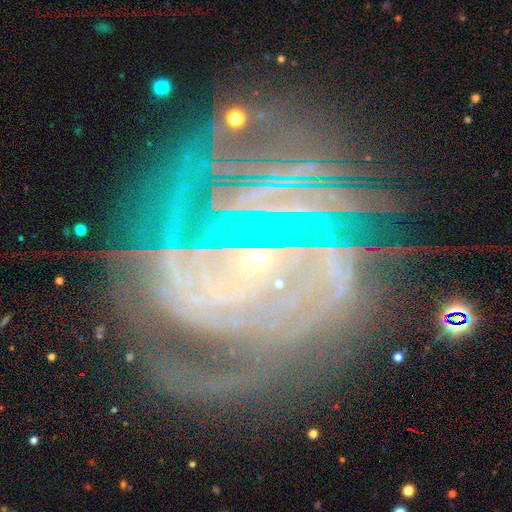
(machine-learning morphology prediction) featured or disk 83%, star or artifact 11%, smooth 6%. Down the decision tree: edge-on disk — no (97%); bar — no (43%); spiral arms — yes (94%); spiral arm count — can't tell (26%); spiral winding — tight (64%); bulge size — small (81%); merging — none (60%).